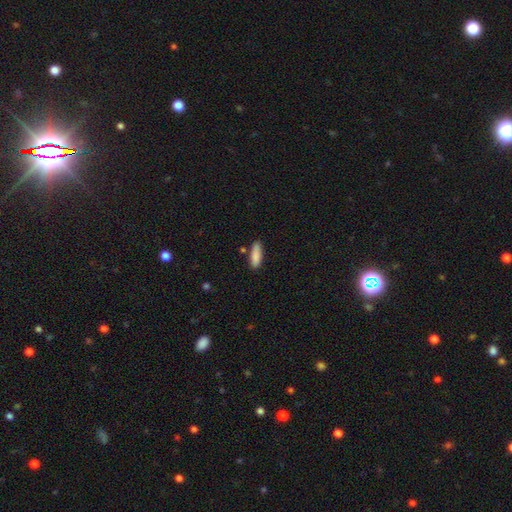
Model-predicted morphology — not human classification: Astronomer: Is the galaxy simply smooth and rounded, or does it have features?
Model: smooth — 88%.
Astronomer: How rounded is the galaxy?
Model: in between — 50% (runner-up: cigar-shaped, 48%).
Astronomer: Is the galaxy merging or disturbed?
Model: none — 78%.